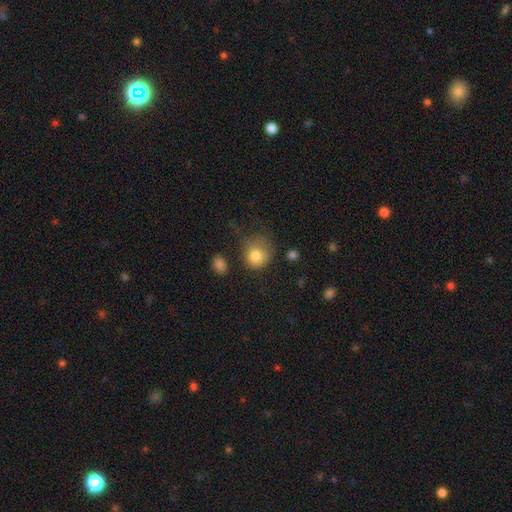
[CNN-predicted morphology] type=smooth (81%); roundness=round (77%); merging=none (47%).